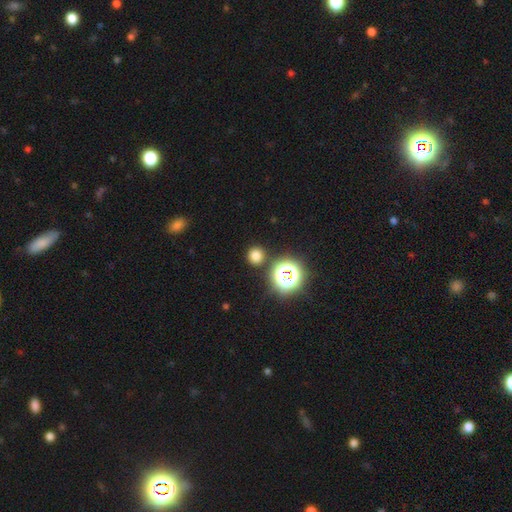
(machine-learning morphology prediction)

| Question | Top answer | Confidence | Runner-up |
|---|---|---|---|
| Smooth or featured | smooth | 72% | star or artifact (22%) |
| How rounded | round | 92% | in between (7%) |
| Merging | none | 88% | minor disturbance (6%) |